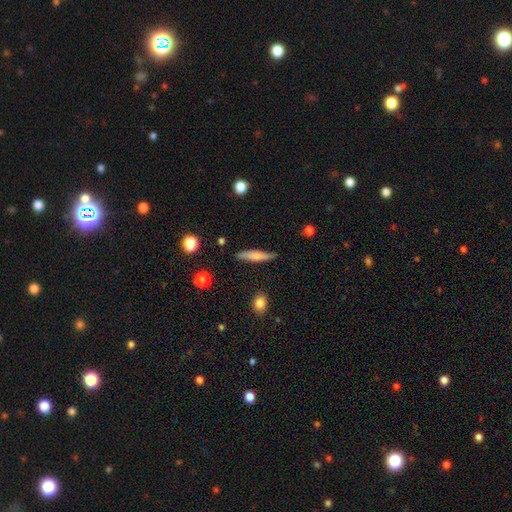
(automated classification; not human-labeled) smooth_or_featured: smooth (p=0.64) [alt: featured or disk p=0.30]
how_rounded: cigar-shaped (p=0.84) [alt: in between p=0.14]
merging: none (p=0.78) [alt: minor disturbance p=0.17]